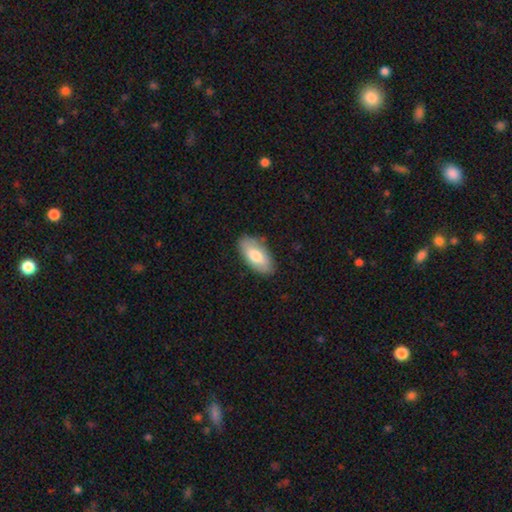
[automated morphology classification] type=smooth (73%); roundness=in between (93%); merging=none (83%).